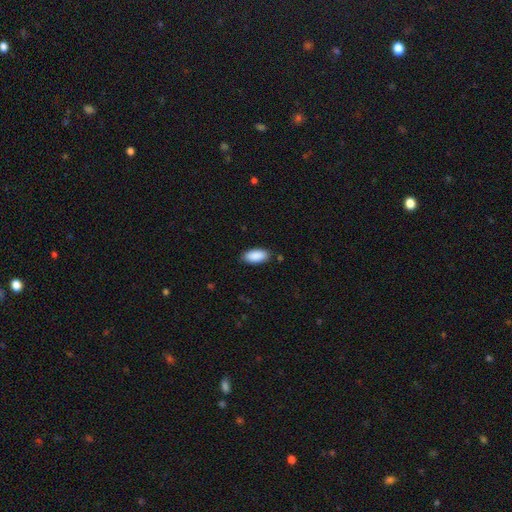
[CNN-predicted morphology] type=smooth (91%); roundness=in between (92%); merging=none (86%).